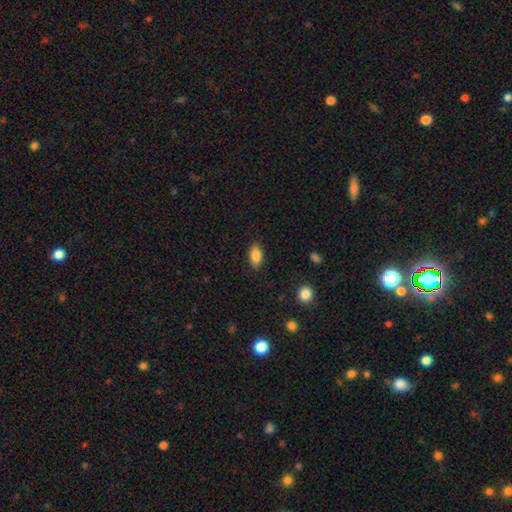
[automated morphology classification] Smooth or featured?
  - smooth: 85% *
  - featured or disk: 8%
  - star or artifact: 8%
How rounded?
  - in between: 89% *
  - cigar-shaped: 6%
  - round: 4%
Merging?
  - none: 87% *
  - minor disturbance: 10%
  - major disturbance: 2%
  - merger: 1%